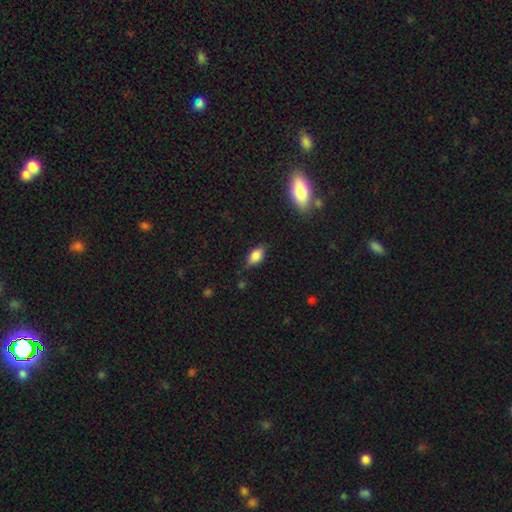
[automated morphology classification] Overall: smooth (82%). How rounded: in between (88%). Merging: none (75%).